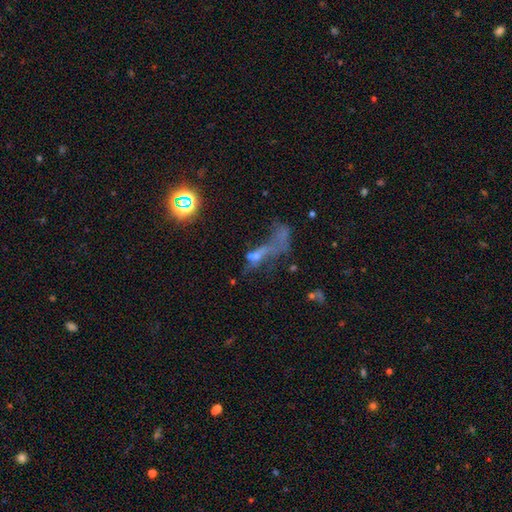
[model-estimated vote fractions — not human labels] Q: Smooth or featured?
A: featured or disk (40%); runner-up: smooth (33%)
Q: Merging?
A: merger (38%); runner-up: major disturbance (37%)